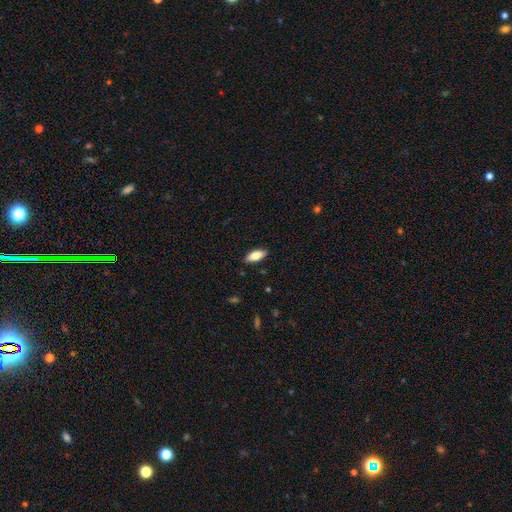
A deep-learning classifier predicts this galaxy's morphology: smooth-or-featured: smooth: 79% | featured or disk: 14% | star or artifact: 6%
  how-rounded: in between: 78% | cigar-shaped: 20% | round: 2%
  merging: none: 87% | minor disturbance: 10% | major disturbance: 2% | merger: 1%